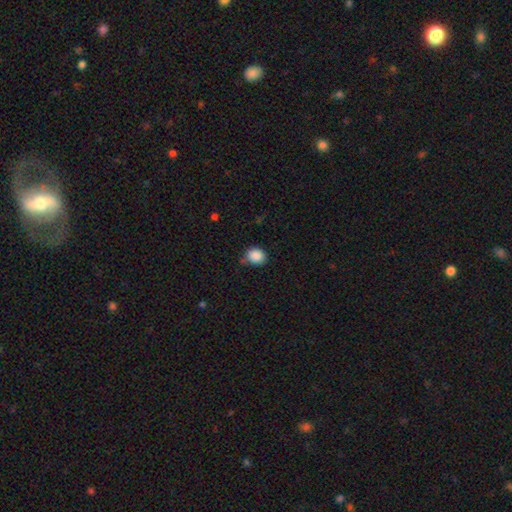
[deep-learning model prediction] Smooth or featured?
  - smooth: 88% *
  - star or artifact: 9%
  - featured or disk: 3%
How rounded?
  - round: 69% *
  - in between: 30%
  - cigar-shaped: 1%
Merging?
  - none: 71% *
  - minor disturbance: 21%
  - major disturbance: 4%
  - merger: 4%